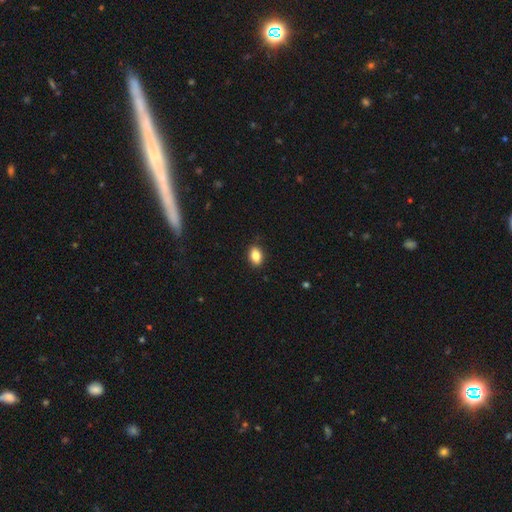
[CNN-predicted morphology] Overall: smooth (85%). How rounded: in between (83%). Merging: none (88%).